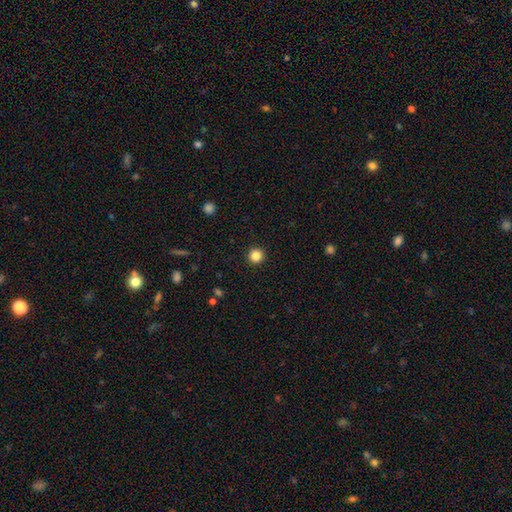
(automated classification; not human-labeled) A smooth galaxy with no disk features (85%) that is round (96%).

Vote fractions:
- Smooth or featured? smooth: 85% / star or artifact: 12% / featured or disk: 4%
- How rounded? round: 96% / in between: 3% / cigar-shaped: 1%
- Merging? none: 93% / minor disturbance: 4% / major disturbance: 2% / merger: 1%